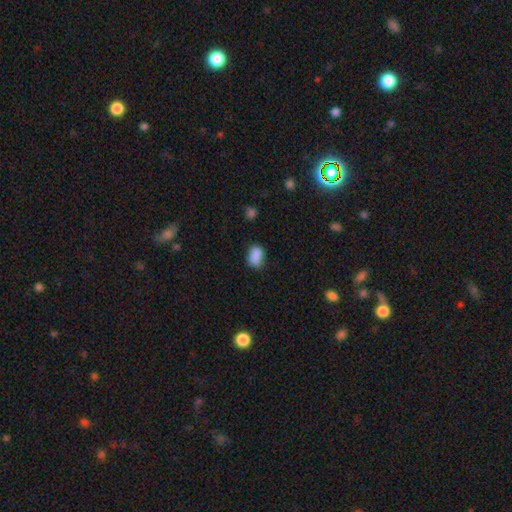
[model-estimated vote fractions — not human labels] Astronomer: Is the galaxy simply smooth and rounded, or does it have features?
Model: smooth — 87%.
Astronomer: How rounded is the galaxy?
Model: in between — 84%.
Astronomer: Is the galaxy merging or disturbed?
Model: none — 73%.